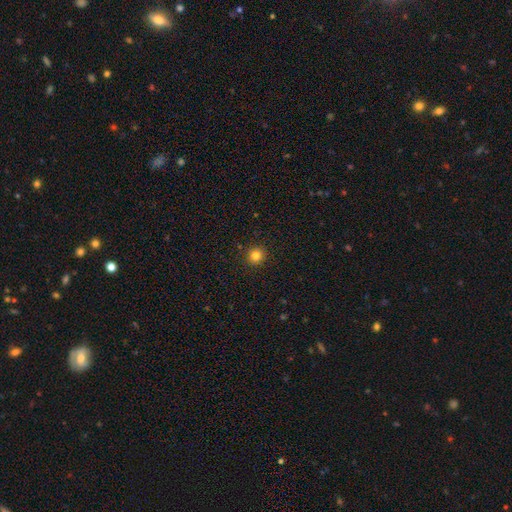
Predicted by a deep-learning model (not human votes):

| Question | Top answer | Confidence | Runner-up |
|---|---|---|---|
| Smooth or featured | smooth | 82% | star or artifact (13%) |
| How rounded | round | 94% | in between (5%) |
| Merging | none | 92% | minor disturbance (5%) |